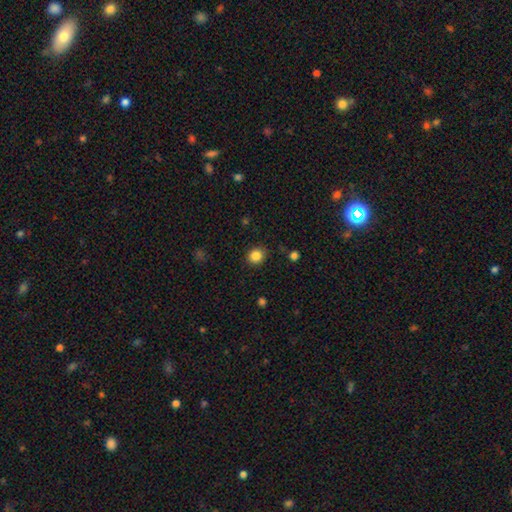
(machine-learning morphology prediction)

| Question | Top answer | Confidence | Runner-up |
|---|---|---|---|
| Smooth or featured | smooth | 85% | star or artifact (11%) |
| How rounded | round | 81% | in between (18%) |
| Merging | none | 88% | minor disturbance (8%) |